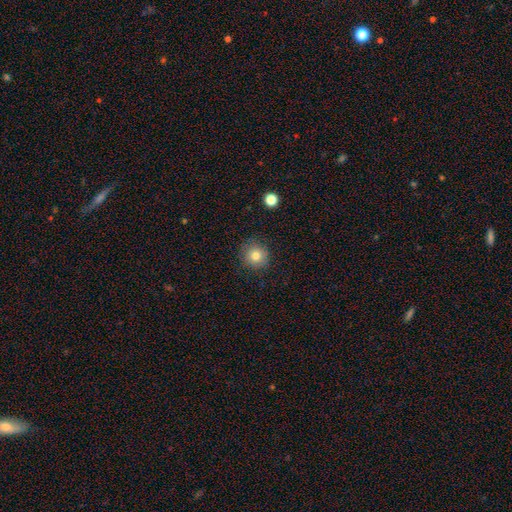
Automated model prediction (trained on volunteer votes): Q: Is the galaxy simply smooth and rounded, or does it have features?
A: smooth — 80%.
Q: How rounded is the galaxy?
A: round — 92%.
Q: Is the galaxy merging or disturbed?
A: none — 87%.